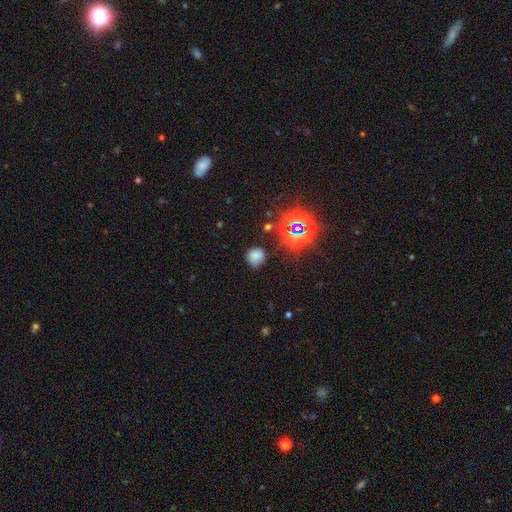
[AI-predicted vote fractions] This is likely a smooth galaxy (65%). How rounded: clearly round (86%). Merging: likely none (75%).